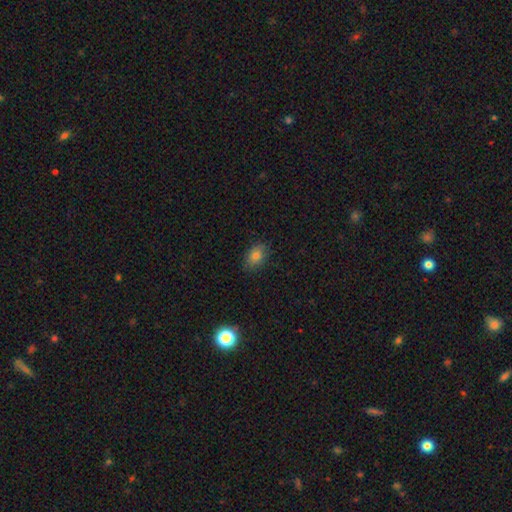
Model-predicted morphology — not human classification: Smooth or featured? smooth (80%)
How rounded? in between (82%)
Merging? none (83%)